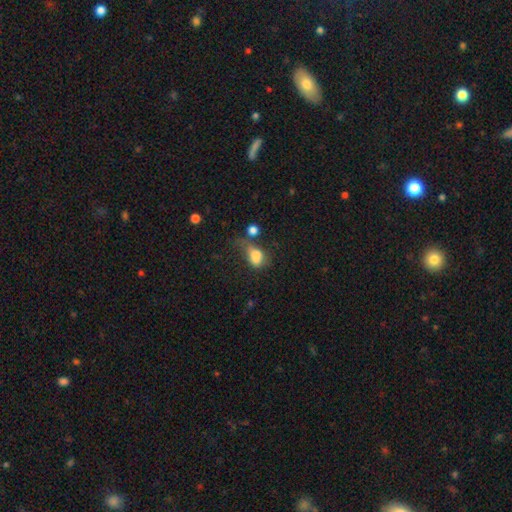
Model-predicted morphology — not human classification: smooth_or_featured: smooth (p=0.73) [alt: featured or disk p=0.15]
how_rounded: in between (p=0.75) [alt: round p=0.23]
merging: major disturbance (p=0.37) [alt: minor disturbance p=0.22]